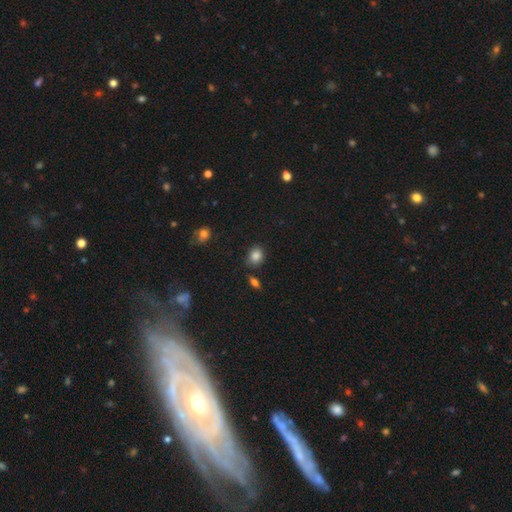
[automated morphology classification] Smooth or featured: smooth — 85% (star or artifact — 10%)
How rounded: in between — 50% (round — 48%)
Merging: none — 77% (minor disturbance — 15%)